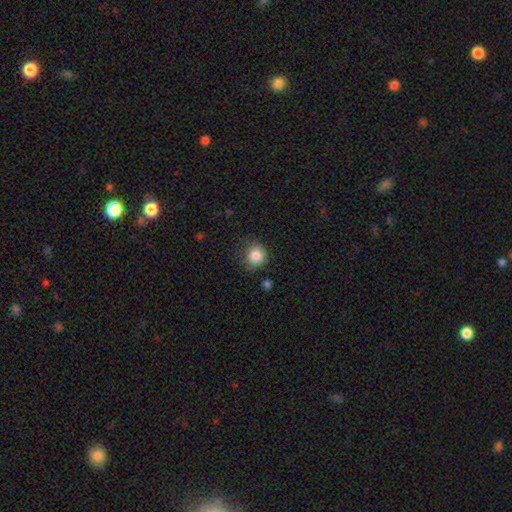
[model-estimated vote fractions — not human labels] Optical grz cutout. It shows a smooth galaxy with no disk features (85%) that is round (87%). Merging: none (70%).